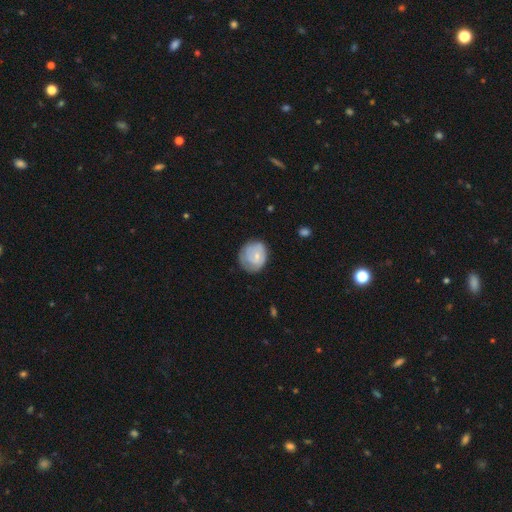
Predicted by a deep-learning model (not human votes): smooth-or-featured: smooth: 58% | featured or disk: 36% | star or artifact: 6%
  how-rounded: round: 74% | in between: 25% | cigar-shaped: 1%
  merging: none: 63% | minor disturbance: 26% | major disturbance: 9% | merger: 1%